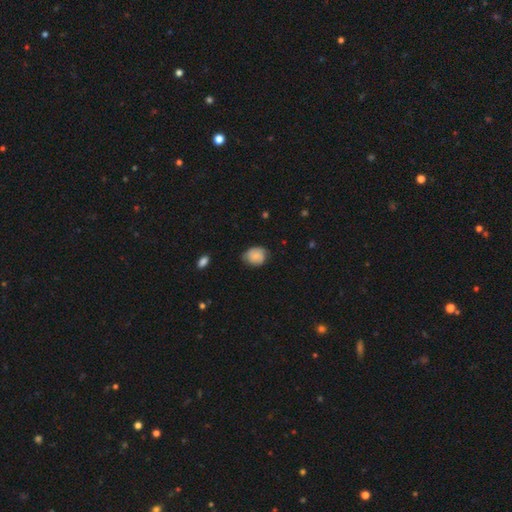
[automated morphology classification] Overall: smooth (74%). How rounded: round (56%; in between 43%). Merging: none (61%; minor disturbance 31%).